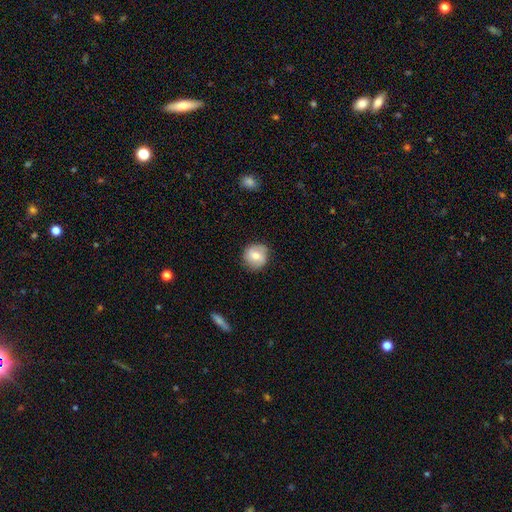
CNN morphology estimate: Q: Smooth or featured?
A: smooth (67%); runner-up: featured or disk (25%)
Q: How rounded?
A: round (90%); runner-up: in between (9%)
Q: Merging?
A: none (83%); runner-up: minor disturbance (13%)